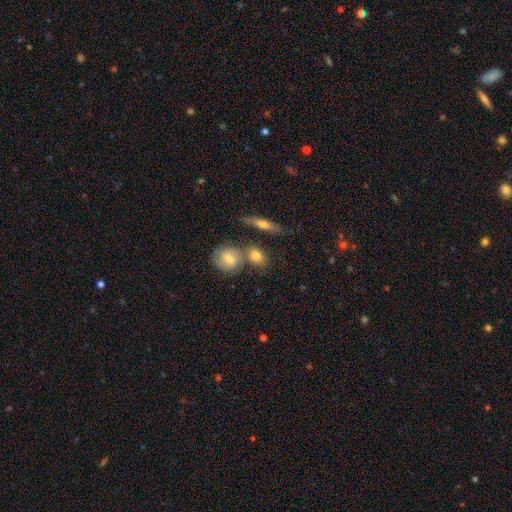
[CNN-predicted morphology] This appears to be a smooth galaxy with no disk features (65%) that is in between round and cigar-shaped (47%). Merging: none (61%).